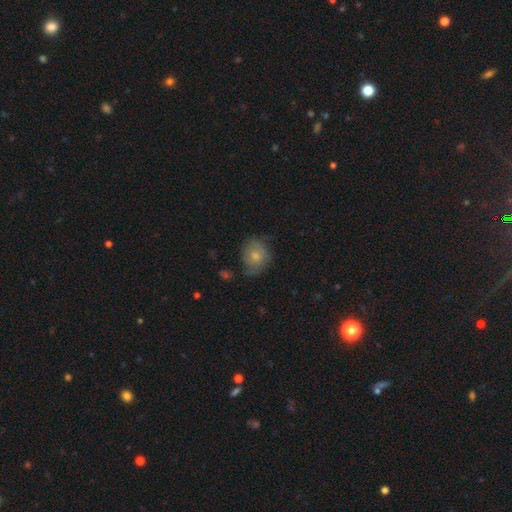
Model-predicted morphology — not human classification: Q: Smooth or featured?
A: smooth (66%); runner-up: featured or disk (26%)
Q: How rounded?
A: round (65%); runner-up: in between (34%)
Q: Merging?
A: none (51%); runner-up: minor disturbance (33%)